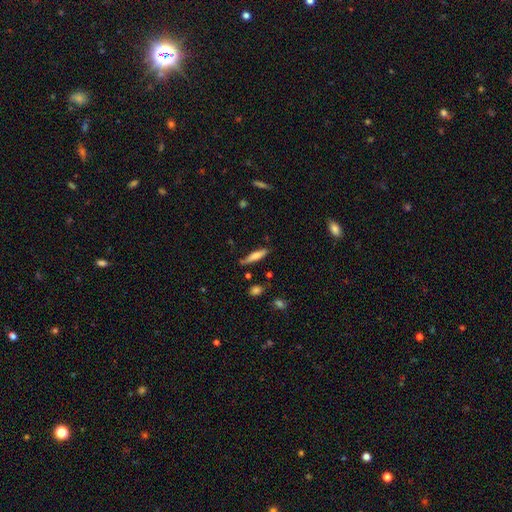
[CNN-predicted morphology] The model was most divided on "smooth or featured": smooth: 60%, featured or disk: 33%, star or artifact: 7%. More confident: how rounded — cigar-shaped (81%); merging — none (79%).